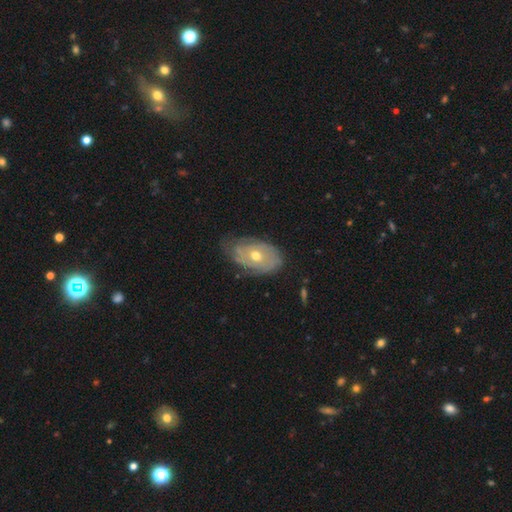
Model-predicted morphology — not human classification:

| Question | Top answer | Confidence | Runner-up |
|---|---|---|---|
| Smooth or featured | featured or disk | 64% | smooth (29%) |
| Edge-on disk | no | 92% | yes (8%) |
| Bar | no | 84% | weak (13%) |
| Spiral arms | yes | 65% | no (35%) |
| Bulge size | moderate | 68% | small (28%) |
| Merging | none | 60% | minor disturbance (31%) |